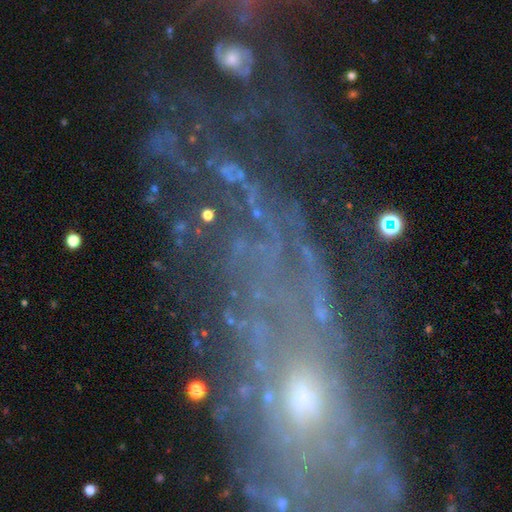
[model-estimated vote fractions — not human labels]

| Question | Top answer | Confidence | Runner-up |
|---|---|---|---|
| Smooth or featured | featured or disk | 67% | star or artifact (21%) |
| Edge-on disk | no | 93% | yes (7%) |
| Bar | no | 73% | weak (19%) |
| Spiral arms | yes | 76% | no (24%) |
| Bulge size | small | 59% | moderate (22%) |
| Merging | none | 52% | major disturbance (25%) |